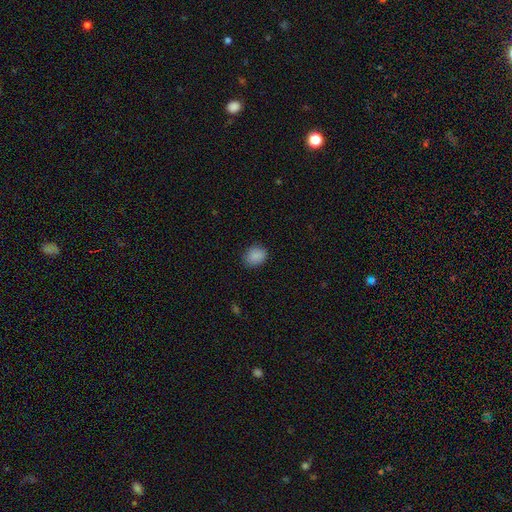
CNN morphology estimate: smooth_or_featured: smooth (p=0.88) [alt: star or artifact p=0.09]
how_rounded: round (p=0.53) [alt: in between p=0.46]
merging: none (p=0.85) [alt: minor disturbance p=0.12]